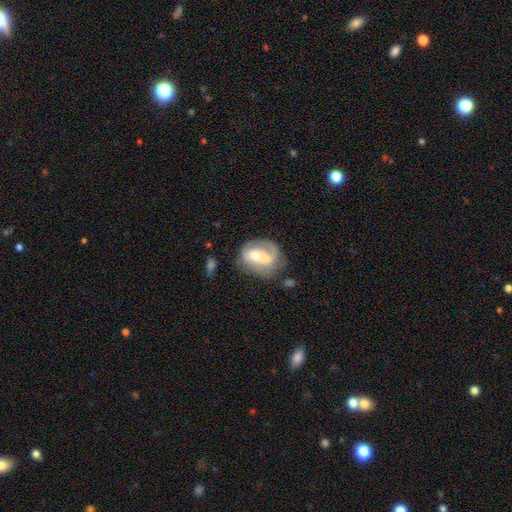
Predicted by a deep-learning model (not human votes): The model was most divided on "bar" (2-way tie): no: 34%, weak: 34%, strong: 32%. Remaining: edge-on disk — no (95%); smooth or featured — featured or disk (61%); spiral arms — yes (58%); bulge size — moderate (53%); merging — none (40%).